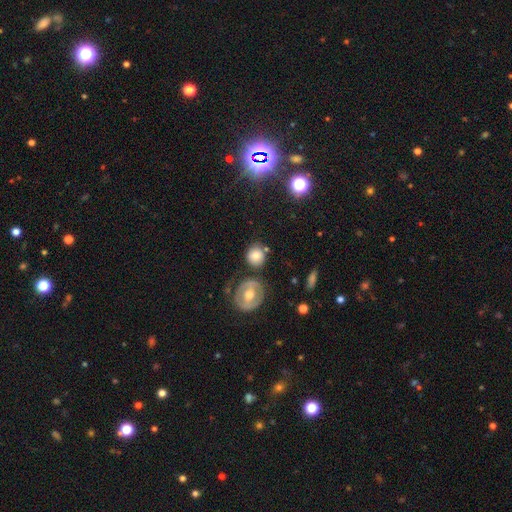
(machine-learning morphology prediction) smooth-or-featured: smooth: 72% | featured or disk: 18% | star or artifact: 10%
  how-rounded: round: 87% | in between: 12% | cigar-shaped: 1%
  merging: none: 73% | minor disturbance: 13% | merger: 9% | major disturbance: 4%